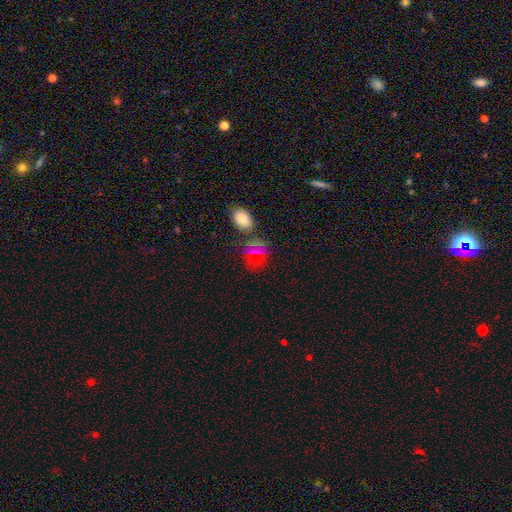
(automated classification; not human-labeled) smooth-or-featured: smooth: 61% | star or artifact: 28% | featured or disk: 12%
  how-rounded: round: 54% | in between: 43% | cigar-shaped: 3%
  merging: none: 62% | minor disturbance: 16% | merger: 14% | major disturbance: 9%